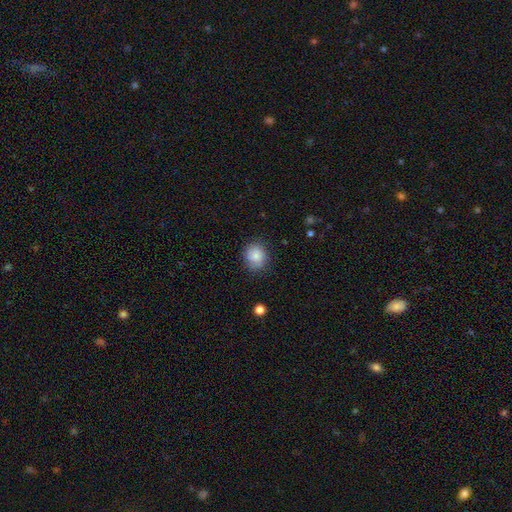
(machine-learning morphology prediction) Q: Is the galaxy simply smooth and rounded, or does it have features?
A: smooth — 84%.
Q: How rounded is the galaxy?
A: round — 73%.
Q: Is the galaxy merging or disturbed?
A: none — 78%.